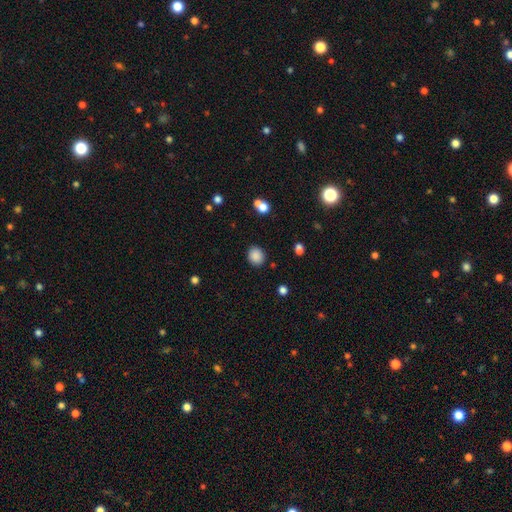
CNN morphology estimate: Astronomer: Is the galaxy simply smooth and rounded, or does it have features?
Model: smooth — 87%.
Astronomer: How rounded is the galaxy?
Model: round — 71%.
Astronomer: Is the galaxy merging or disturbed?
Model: none — 86%.